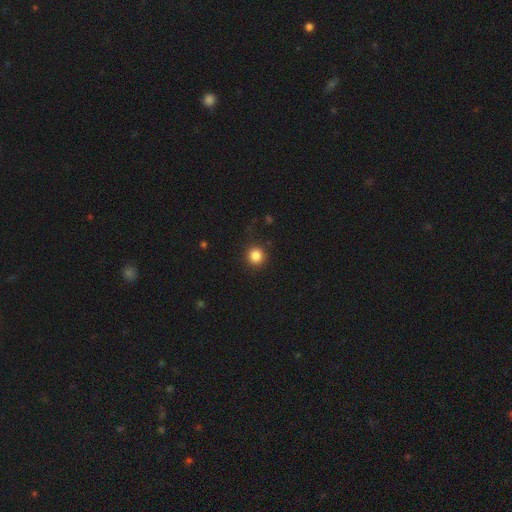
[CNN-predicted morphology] A smooth galaxy with no disk features (85%) that is round (93%).

Vote fractions:
- Smooth or featured? smooth: 85% / star or artifact: 11% / featured or disk: 4%
- How rounded? round: 93% / in between: 6% / cigar-shaped: 1%
- Merging? none: 89% / minor disturbance: 7% / major disturbance: 3% / merger: 1%